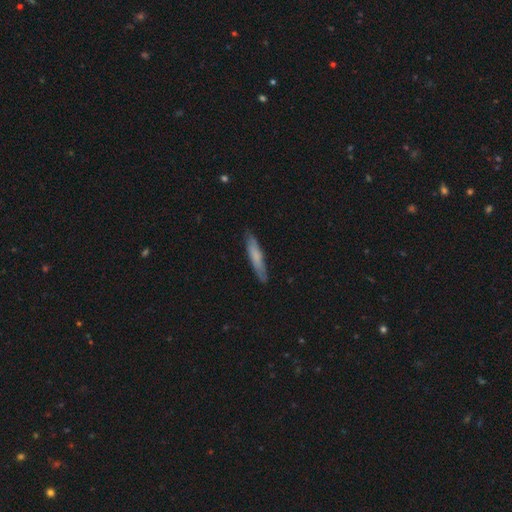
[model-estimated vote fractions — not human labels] The model was most divided on "smooth or featured": smooth: 68%, featured or disk: 27%, star or artifact: 5%. More confident: how rounded — cigar-shaped (90%); merging — none (86%).